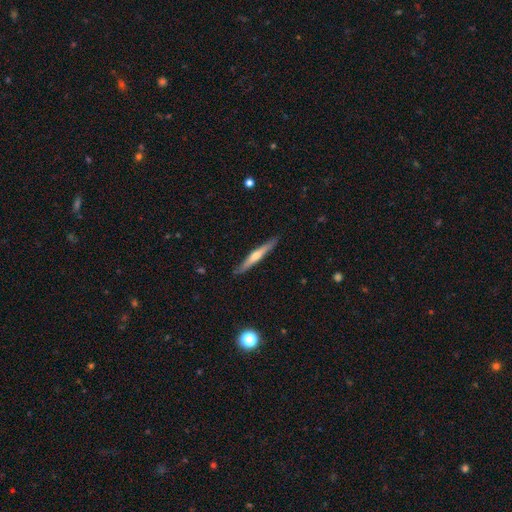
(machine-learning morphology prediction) Overall: featured or disk (60%; smooth 34%). Edge-on disk: yes (96%). Edge-on bulge: rounded (79%). Merging: none (89%).